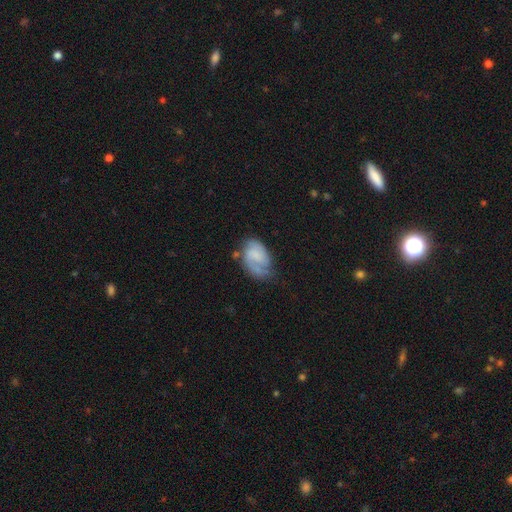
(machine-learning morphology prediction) Smooth or featured: featured or disk — 56% (smooth — 37%)
Edge-on disk: no — 97% (yes — 3%)
Bar: no — 57% (weak — 36%)
Spiral arms: yes — 84% (no — 16%)
Bulge size: none — 42% (small — 35%)
Merging: none — 46% (minor disturbance — 30%)